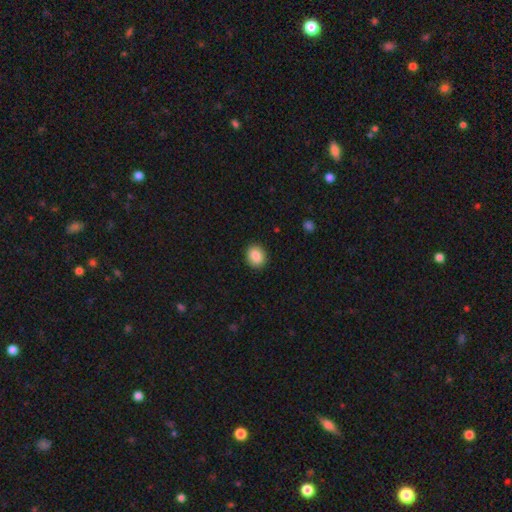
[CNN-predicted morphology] A smooth galaxy with no disk features (87%) that is round (60%). Merging: none (90%).